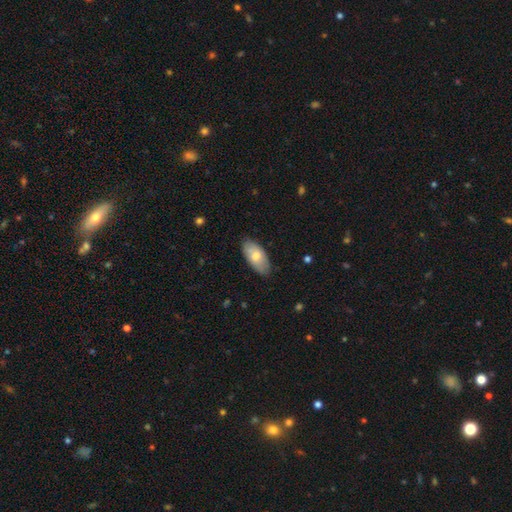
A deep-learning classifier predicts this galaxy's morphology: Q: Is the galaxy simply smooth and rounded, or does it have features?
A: smooth — 72%.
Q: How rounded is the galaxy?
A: in between — 93%.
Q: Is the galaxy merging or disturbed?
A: none — 83%.